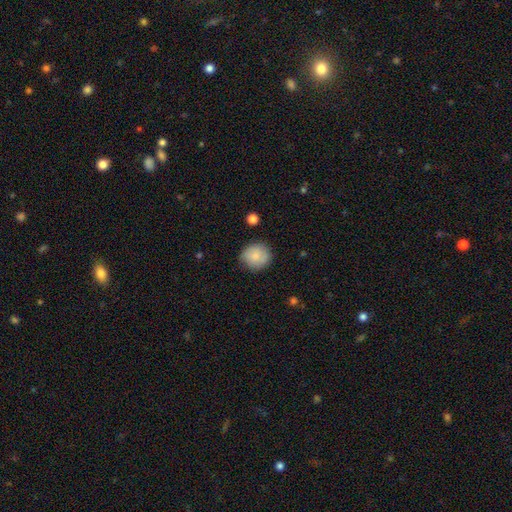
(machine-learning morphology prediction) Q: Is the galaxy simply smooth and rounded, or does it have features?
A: smooth — 84%.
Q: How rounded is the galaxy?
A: round — 85%.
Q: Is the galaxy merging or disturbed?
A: none — 80%.